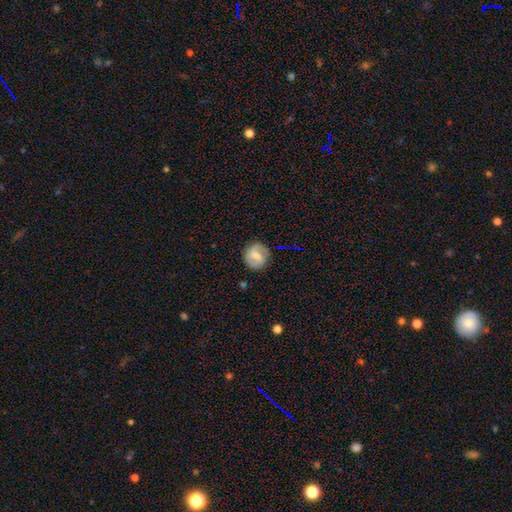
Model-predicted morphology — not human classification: type=featured or disk (54%); edge-on=no (97%); bar=weak (55%); spiral arms=yes (87%); bulge=moderate (45%); merging=none (81%).